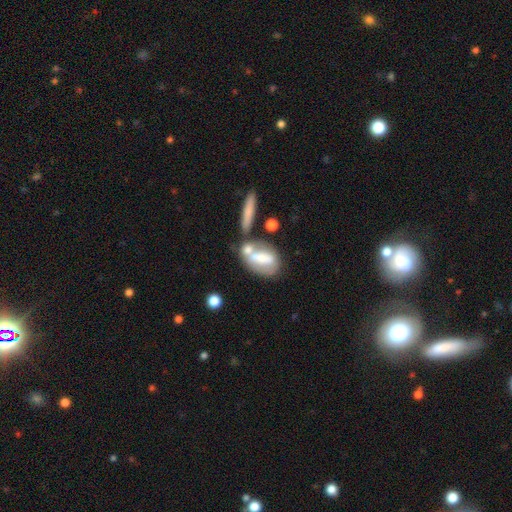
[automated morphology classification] smooth 48%, featured or disk 45%, star or artifact 8%. Down the decision tree: merging — merger (44%).